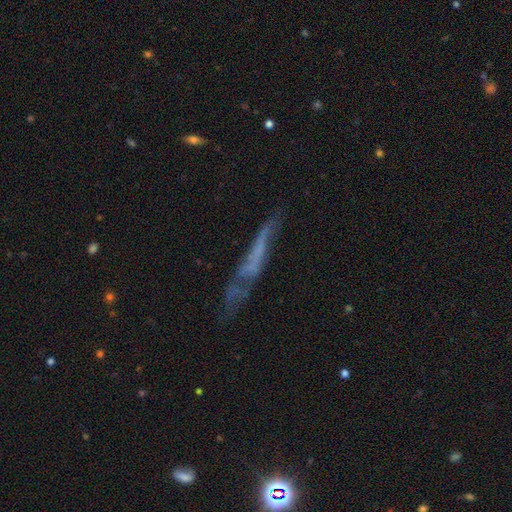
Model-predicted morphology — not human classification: The model was most divided on "smooth or featured": featured or disk: 50%, smooth: 36%, star or artifact: 14%. More confident: edge-on disk — yes (61%); merging — none (50%).